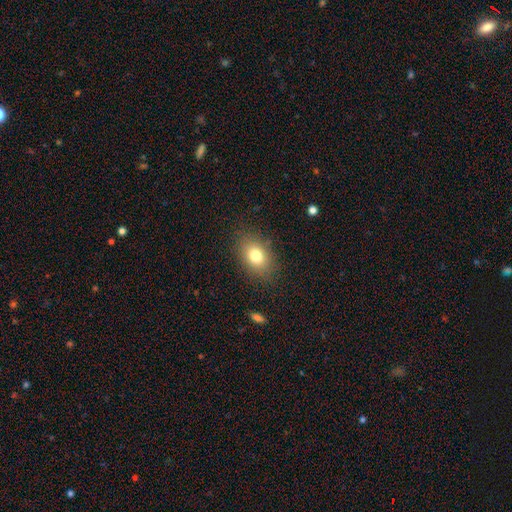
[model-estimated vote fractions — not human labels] This appears to be a smooth galaxy with no disk features (77%) that is in between round and cigar-shaped (77%). Merging: none (84%).